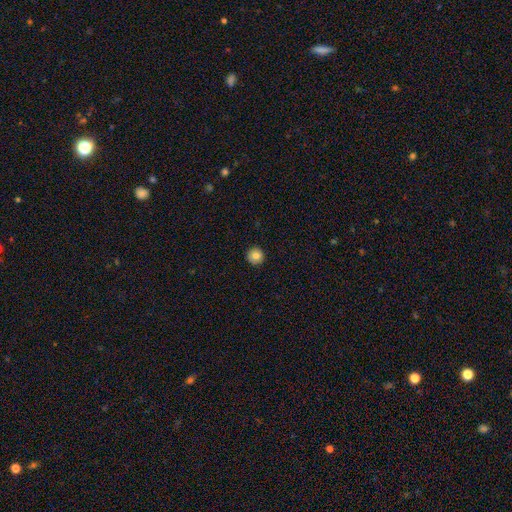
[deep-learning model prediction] This appears to be a smooth galaxy with no disk features (80%) that is round (96%). Merging: none (92%).